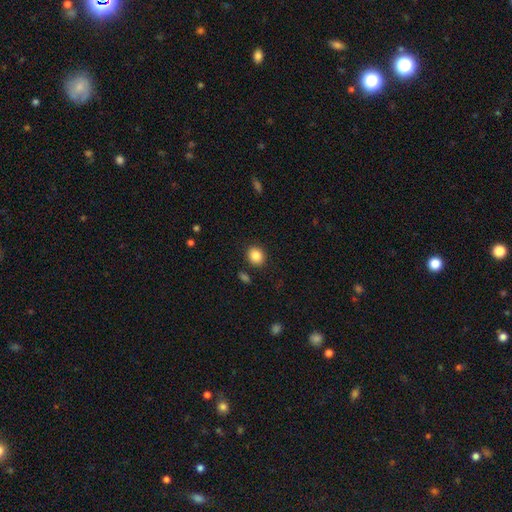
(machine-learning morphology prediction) Smooth or featured: smooth — 86% (star or artifact — 9%)
How rounded: round — 69% (in between — 30%)
Merging: none — 87% (minor disturbance — 8%)